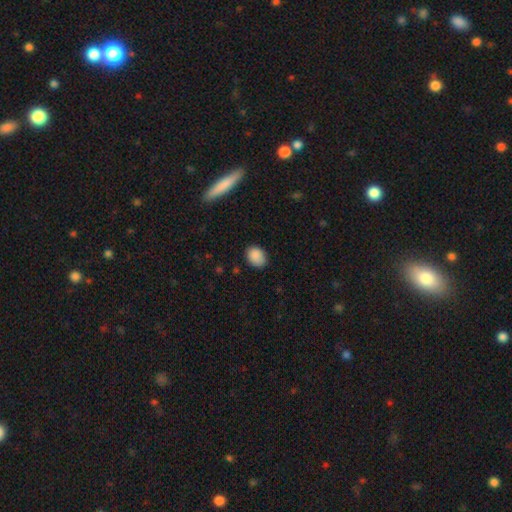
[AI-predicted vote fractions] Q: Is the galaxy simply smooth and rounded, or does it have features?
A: smooth — 88%.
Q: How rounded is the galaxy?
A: in between — 64%.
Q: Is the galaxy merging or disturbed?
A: none — 82%.